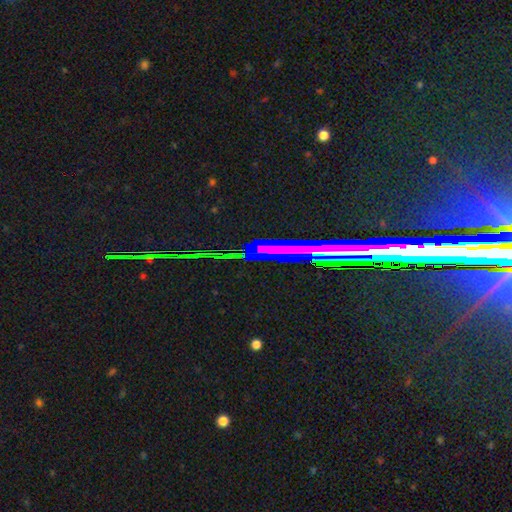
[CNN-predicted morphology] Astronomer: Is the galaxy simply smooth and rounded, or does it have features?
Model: star or artifact — 64%.